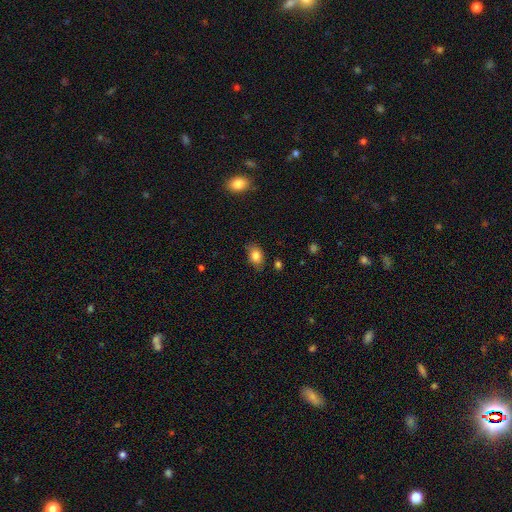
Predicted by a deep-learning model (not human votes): A smooth galaxy with no disk features (82%) that is in between round and cigar-shaped (78%). Merging: none (75%).